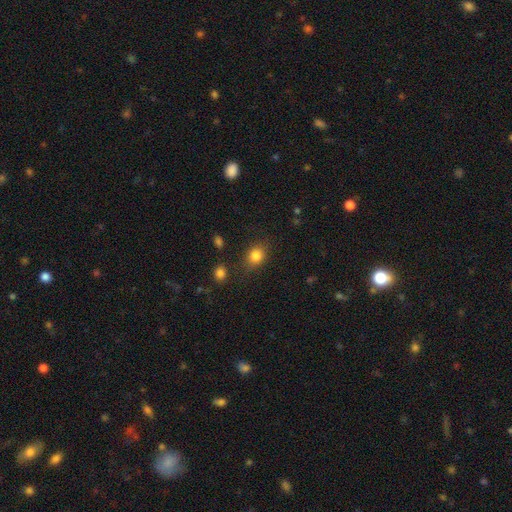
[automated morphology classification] Smooth or featured? Predicted: smooth (p=0.82). How rounded? Predicted: round (p=0.56). Merging? Predicted: none (p=0.77).